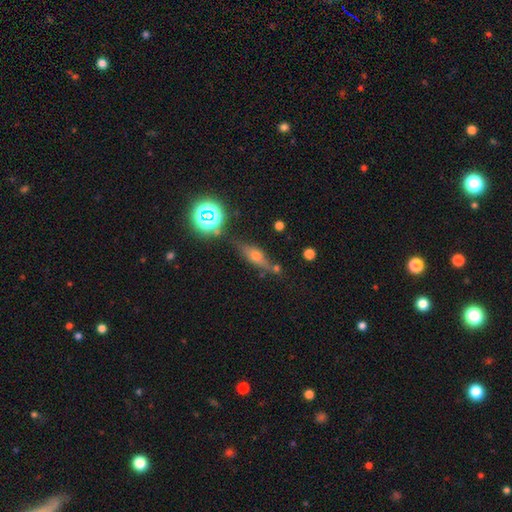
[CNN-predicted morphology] Q: Smooth or featured?
A: featured or disk (45%); runner-up: smooth (35%)
Q: Merging?
A: none (68%); runner-up: minor disturbance (17%)